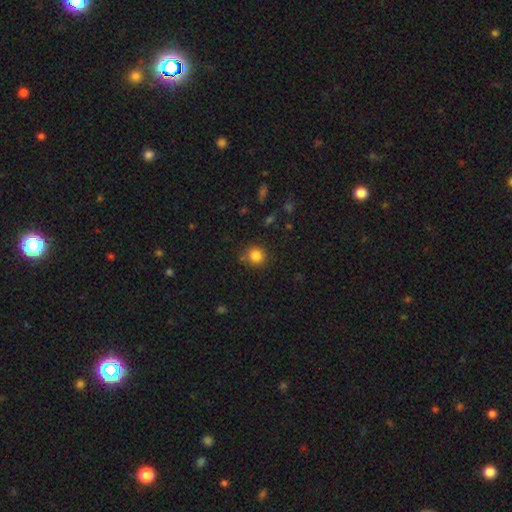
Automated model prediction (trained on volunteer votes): A smooth galaxy with no disk features (84%) that is round (87%). Merging: none (81%).